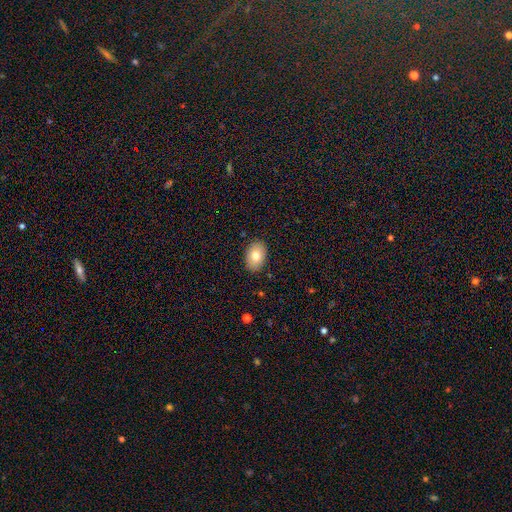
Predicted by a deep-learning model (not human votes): A smooth galaxy with no disk features (78%) that is in between round and cigar-shaped (85%). Merging: none (89%).